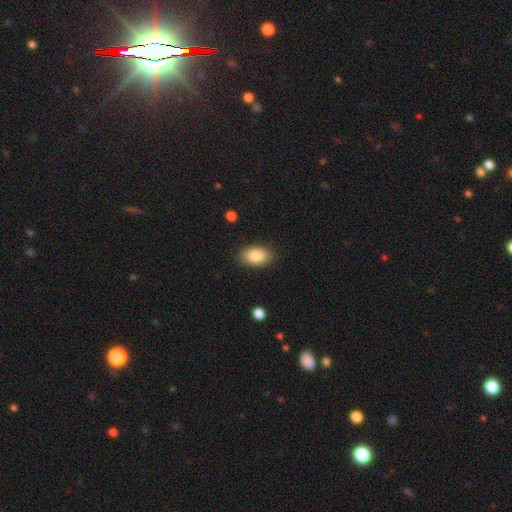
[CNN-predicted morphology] type=smooth (86%); roundness=in between (92%); merging=none (87%).